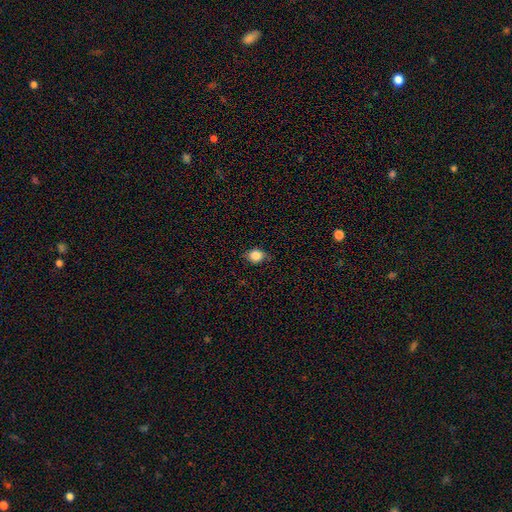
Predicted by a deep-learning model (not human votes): smooth-or-featured: smooth: 83% | star or artifact: 10% | featured or disk: 7%
  how-rounded: round: 60% | in between: 39% | cigar-shaped: 1%
  merging: none: 75% | minor disturbance: 20% | major disturbance: 4% | merger: 1%